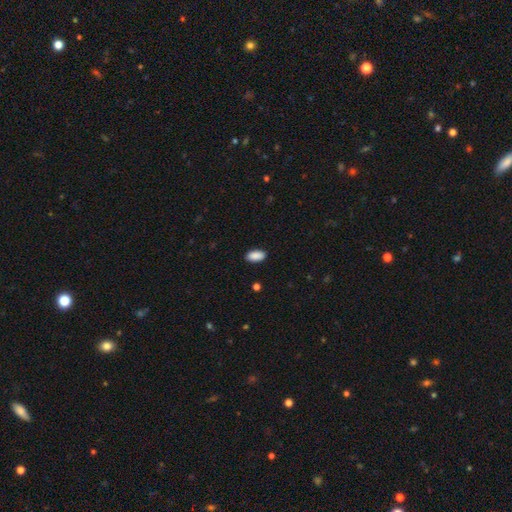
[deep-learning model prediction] A smooth galaxy with no disk features (90%) that is in between round and cigar-shaped (92%). Merging: none (89%).